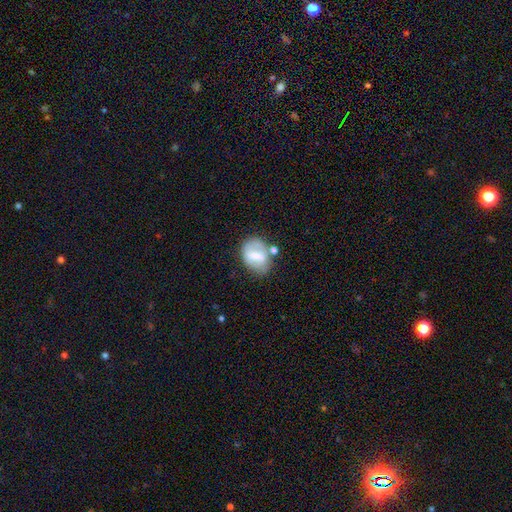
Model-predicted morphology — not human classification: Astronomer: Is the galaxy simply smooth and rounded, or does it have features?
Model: smooth — 49% (runner-up: featured or disk, 43%).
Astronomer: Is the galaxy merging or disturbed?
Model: none — 55%.